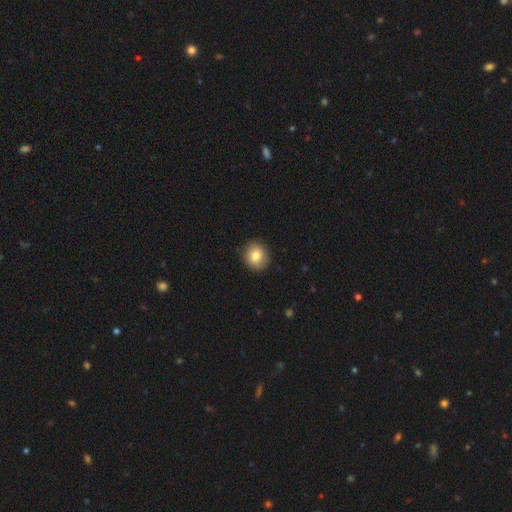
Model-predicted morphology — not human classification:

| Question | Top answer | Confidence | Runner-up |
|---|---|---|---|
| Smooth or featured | smooth | 81% | featured or disk (10%) |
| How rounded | round | 80% | in between (20%) |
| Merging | none | 89% | minor disturbance (8%) |